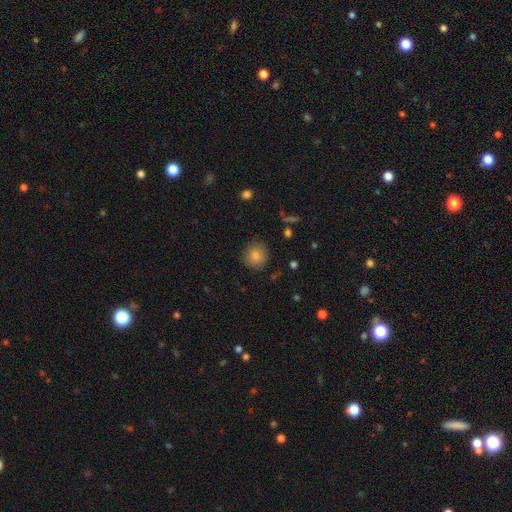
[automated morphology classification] A smooth galaxy with no disk features (84%) that is round (89%).

Vote fractions:
- Smooth or featured? smooth: 84% / star or artifact: 9% / featured or disk: 7%
- How rounded? round: 89% / in between: 10% / cigar-shaped: 1%
- Merging? none: 85% / minor disturbance: 10% / major disturbance: 3% / merger: 1%